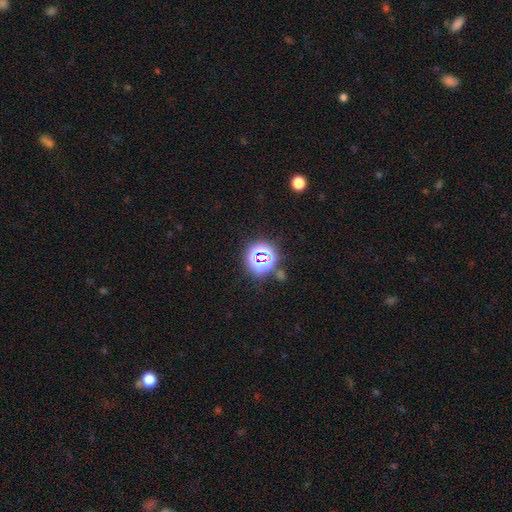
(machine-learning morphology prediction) type=star or artifact (71%).